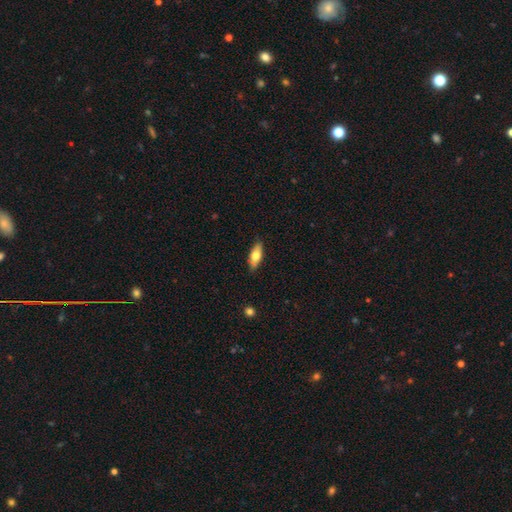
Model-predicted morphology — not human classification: smooth-or-featured: smooth: 67% | featured or disk: 27% | star or artifact: 6%
  how-rounded: in between: 71% | cigar-shaped: 26% | round: 3%
  merging: none: 84% | minor disturbance: 13% | major disturbance: 2% | merger: 1%